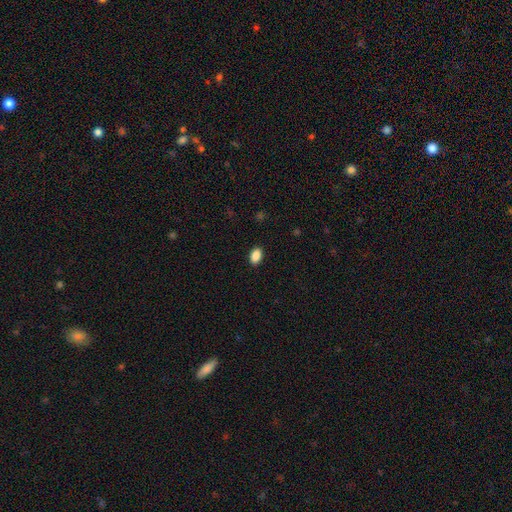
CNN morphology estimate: A smooth galaxy with no disk features (89%) that is in between round and cigar-shaped (90%). Merging: none (89%).